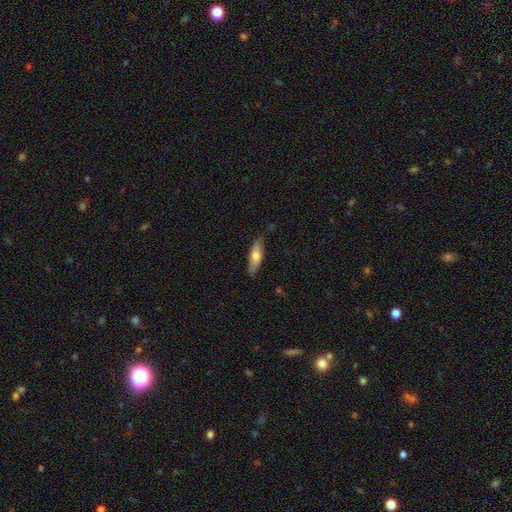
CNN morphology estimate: Overall: smooth (65%; featured or disk 29%). How rounded: cigar-shaped (50%; in between 48%). Merging: none (79%).